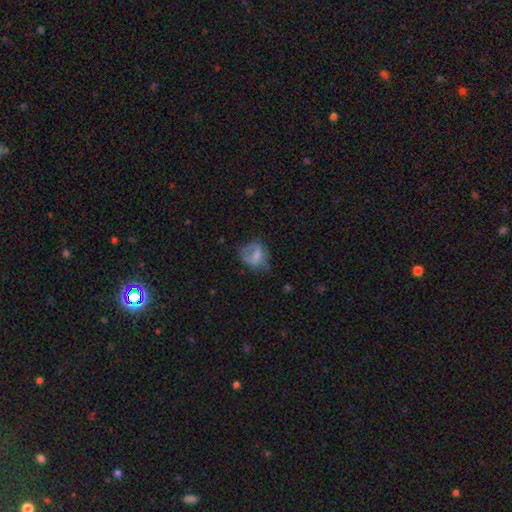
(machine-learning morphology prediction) Smooth or featured: smooth — 59% (featured or disk — 31%)
How rounded: in between — 51% (round — 48%)
Merging: none — 39% (minor disturbance — 30%)